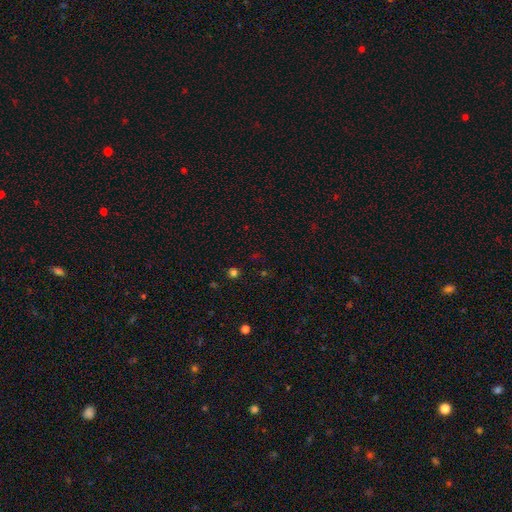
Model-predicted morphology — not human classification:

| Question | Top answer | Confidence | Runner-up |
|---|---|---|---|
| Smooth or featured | smooth | 48% | star or artifact (46%) |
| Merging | none | 84% | minor disturbance (9%) |